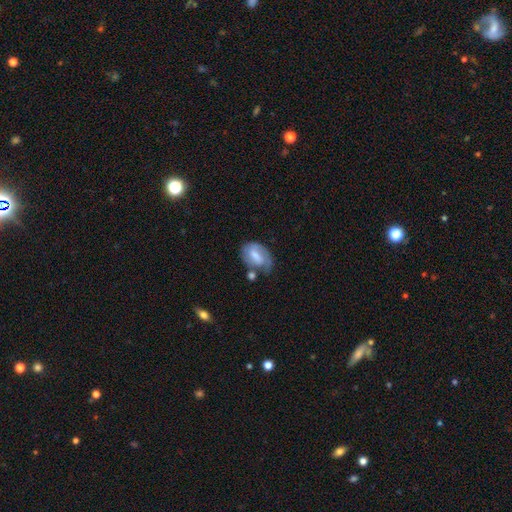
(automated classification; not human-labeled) smooth 49%, featured or disk 44%, star or artifact 7%. Down the decision tree: merging — none (41%).